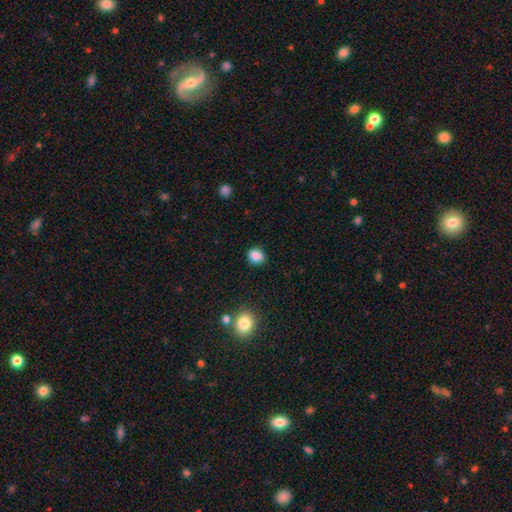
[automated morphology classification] Smooth or featured? Predicted: smooth (p=0.86). How rounded? Predicted: round (p=0.57). Merging? Predicted: none (p=0.82).